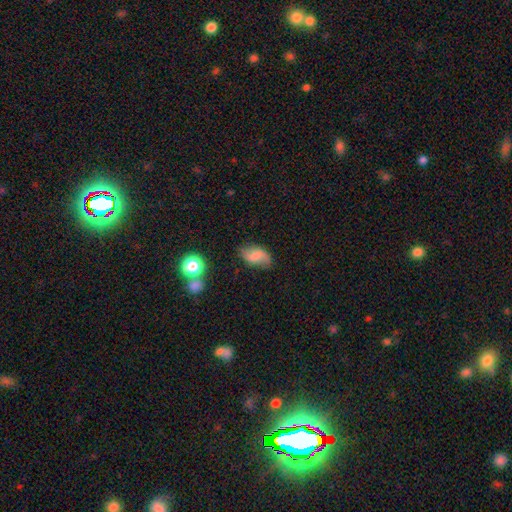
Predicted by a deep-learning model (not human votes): smooth 50%, featured or disk 40%, star or artifact 10%. Down the decision tree: how rounded — in between (89%); merging — none (74%).